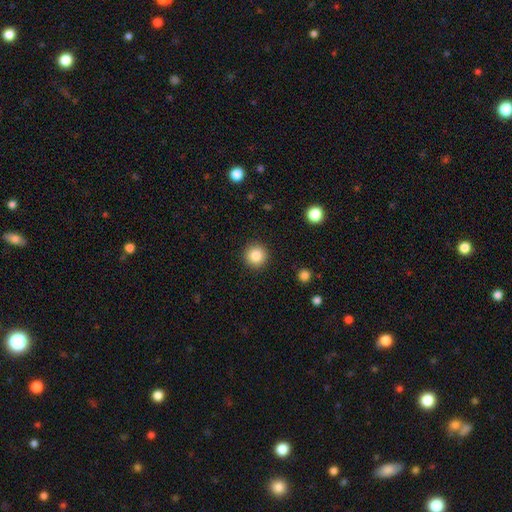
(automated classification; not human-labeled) smooth_or_featured: smooth (p=0.85) [alt: star or artifact p=0.10]
how_rounded: round (p=0.95) [alt: in between p=0.04]
merging: none (p=0.92) [alt: minor disturbance p=0.05]